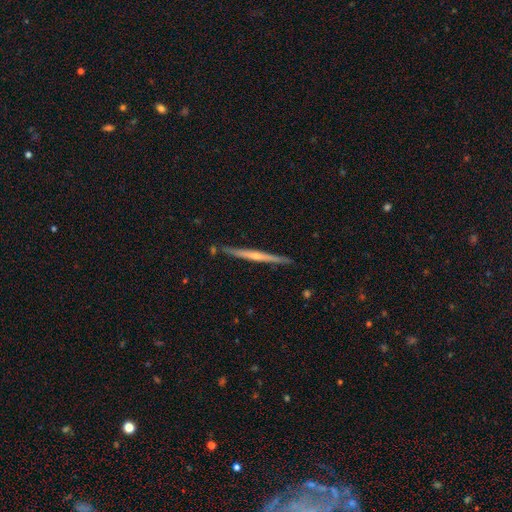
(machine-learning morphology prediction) featured or disk 75%, smooth 18%, star or artifact 7%. Down the decision tree: edge-on disk — yes (98%); edge-on bulge — rounded (62%); merging — none (90%).